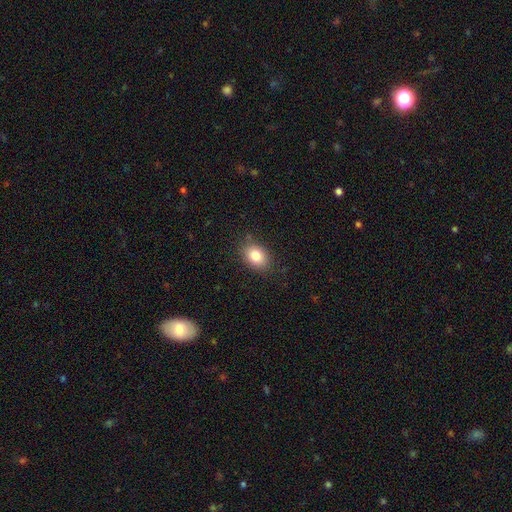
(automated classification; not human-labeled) Q: Smooth or featured?
A: smooth (82%); runner-up: star or artifact (9%)
Q: How rounded?
A: in between (73%); runner-up: round (26%)
Q: Merging?
A: none (84%); runner-up: minor disturbance (12%)